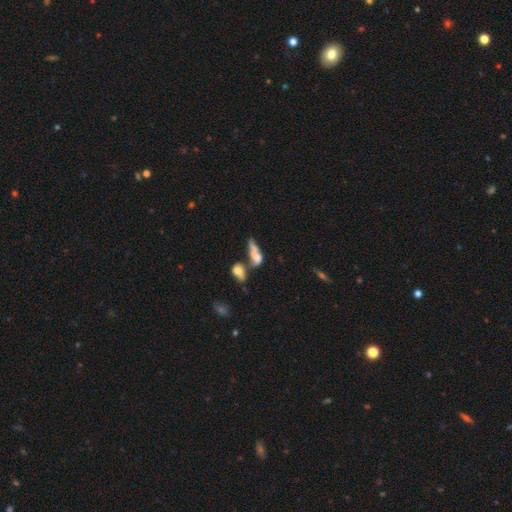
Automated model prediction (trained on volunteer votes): Smooth or featured? smooth (58%)
How rounded? in between (65%)
Merging? merger (54%)